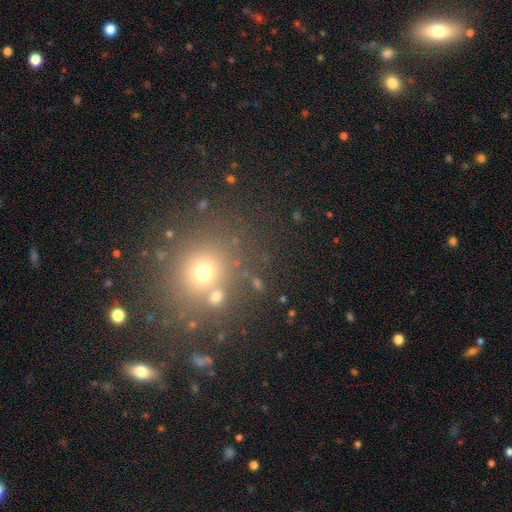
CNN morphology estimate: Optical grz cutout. It shows a smooth galaxy with no disk features (52%) that is round (83%). Merging: none (80%).